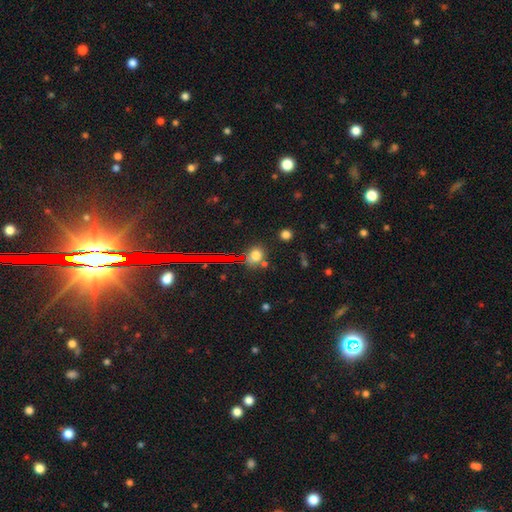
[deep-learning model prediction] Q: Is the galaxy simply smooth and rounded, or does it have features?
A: smooth — 71%.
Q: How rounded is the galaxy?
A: round — 75%.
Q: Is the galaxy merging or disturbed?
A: none — 73%.